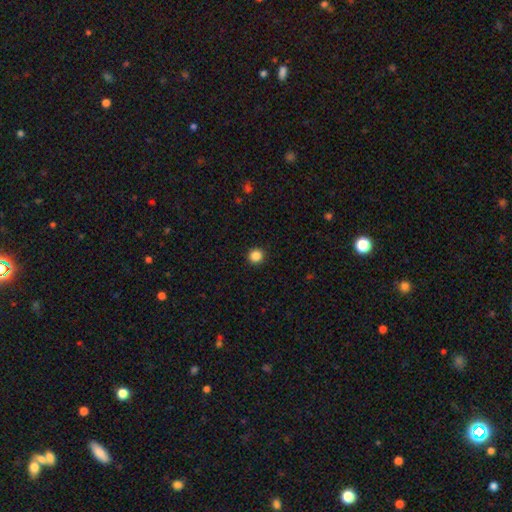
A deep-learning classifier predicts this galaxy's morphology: smooth_or_featured: smooth (p=0.86) [alt: star or artifact p=0.11]
how_rounded: round (p=0.93) [alt: in between p=0.06]
merging: none (p=0.93) [alt: minor disturbance p=0.05]